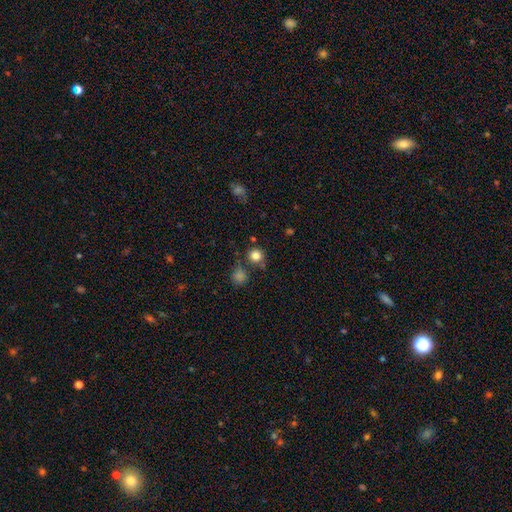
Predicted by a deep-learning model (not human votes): This appears to be a smooth galaxy with no disk features (82%) that is round (91%). Merging: none (76%).